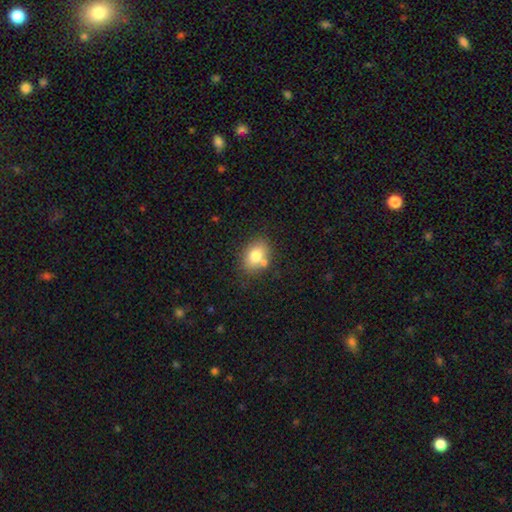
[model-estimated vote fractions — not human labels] smooth_or_featured: smooth (p=0.78) [alt: featured or disk p=0.13]
how_rounded: in between (p=0.68) [alt: round p=0.30]
merging: none (p=0.68) [alt: minor disturbance p=0.15]